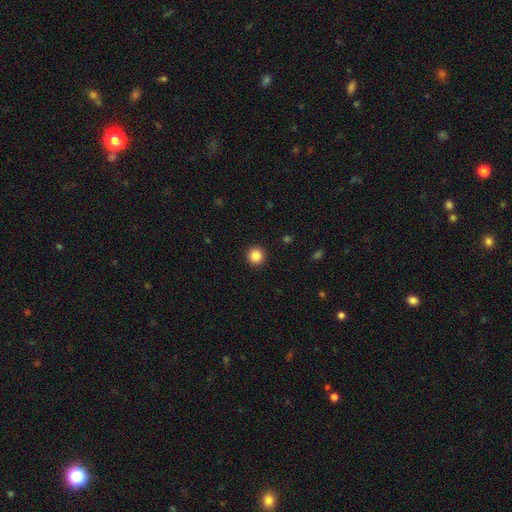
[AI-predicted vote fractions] A smooth galaxy with no disk features (86%) that is round (96%). Merging: none (93%).